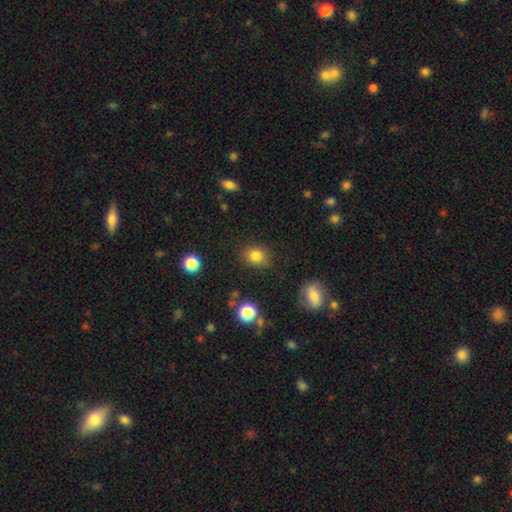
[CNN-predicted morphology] smooth_or_featured: smooth (p=0.83) [alt: star or artifact p=0.11]
how_rounded: round (p=0.66) [alt: in between p=0.33]
merging: none (p=0.85) [alt: minor disturbance p=0.10]